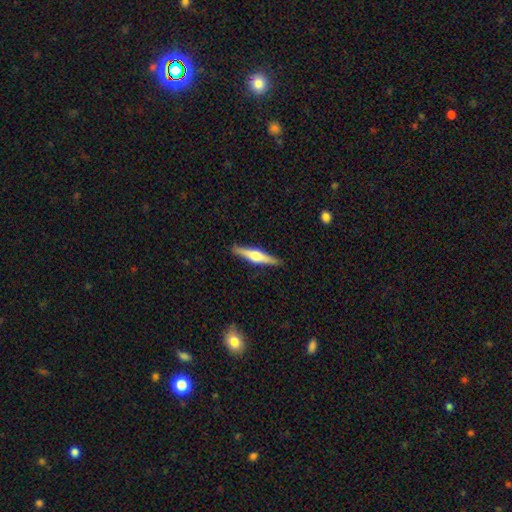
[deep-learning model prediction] Q: Smooth or featured?
A: featured or disk (66%); runner-up: smooth (29%)
Q: Edge-on disk?
A: yes (97%); runner-up: no (3%)
Q: Edge-on bulge?
A: rounded (92%); runner-up: boxy (5%)
Q: Merging?
A: none (90%); runner-up: minor disturbance (7%)